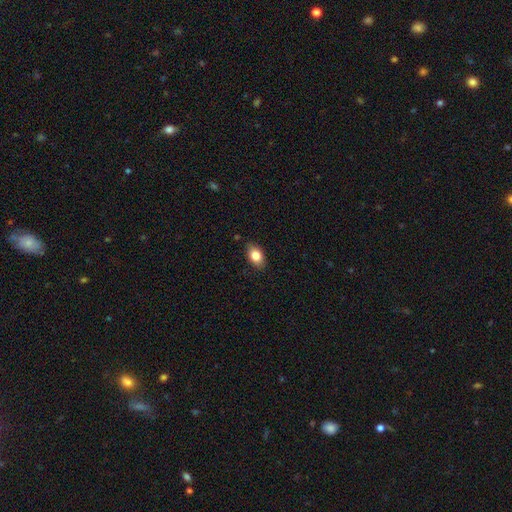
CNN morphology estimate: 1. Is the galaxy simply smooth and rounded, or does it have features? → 83% smooth, 9% featured or disk, 8% star or artifact.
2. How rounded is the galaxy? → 85% in between, 13% round, 2% cigar-shaped.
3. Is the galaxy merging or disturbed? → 84% none, 12% minor disturbance, 2% major disturbance, 1% merger.